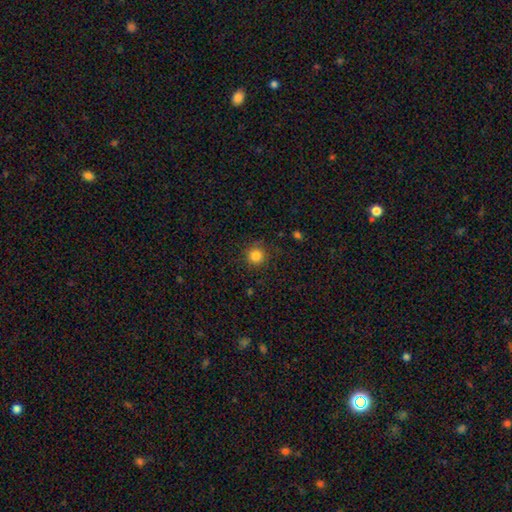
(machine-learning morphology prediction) smooth 84%, star or artifact 12%, featured or disk 5%. Down the decision tree: how rounded — round (95%); merging — none (87%).